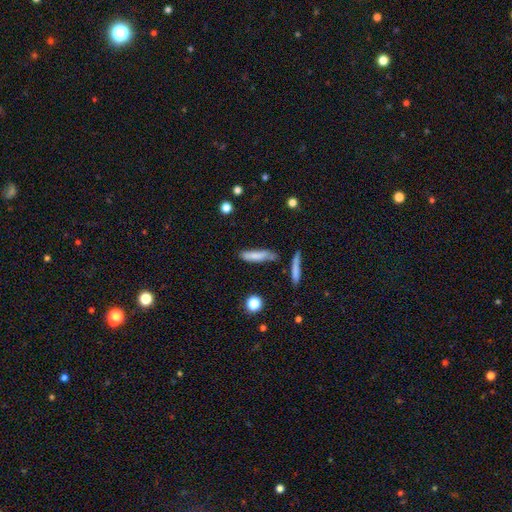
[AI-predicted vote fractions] Morphology: type=smooth (74%); roundness=cigar-shaped (80%); merging=none (57%).